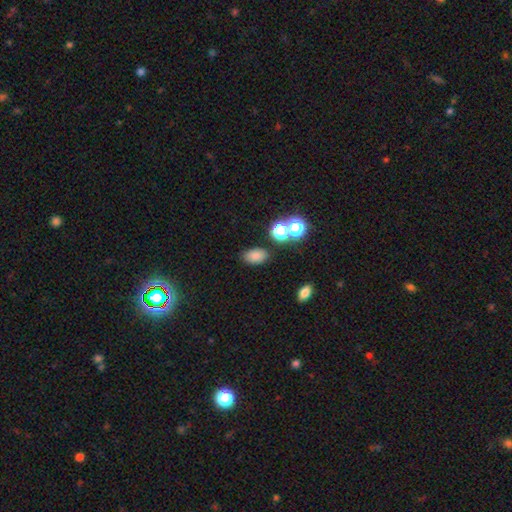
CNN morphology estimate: A smooth galaxy with no disk features (78%) that is in between round and cigar-shaped (86%). Merging: none (80%).